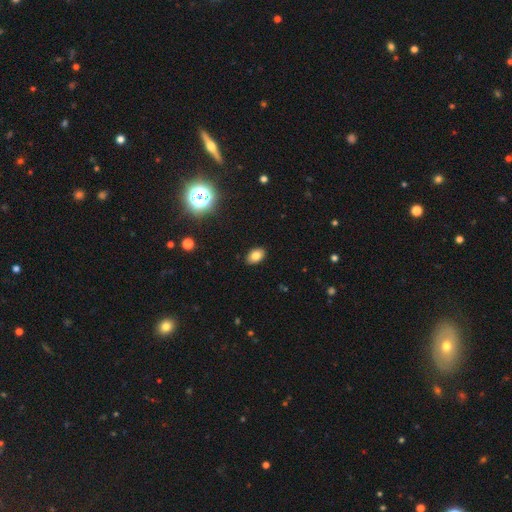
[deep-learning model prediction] Q: Smooth or featured?
A: smooth (81%); runner-up: star or artifact (11%)
Q: How rounded?
A: in between (84%); runner-up: round (15%)
Q: Merging?
A: none (89%); runner-up: minor disturbance (8%)